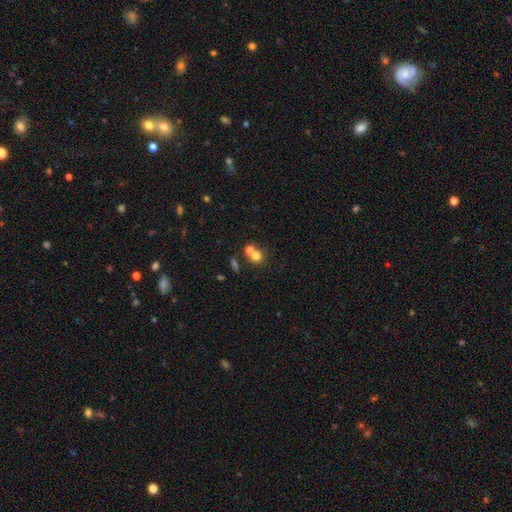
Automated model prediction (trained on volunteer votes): smooth_or_featured: smooth (p=0.70) [alt: star or artifact p=0.15]
how_rounded: round (p=0.82) [alt: in between p=0.17]
merging: merger (p=0.46) [alt: none p=0.43]